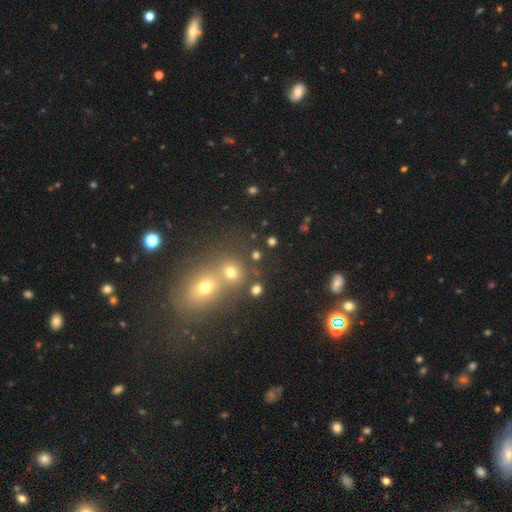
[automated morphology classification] The model was most divided on "merging": merger: 45%, none: 44%, minor disturbance: 7%, major disturbance: 4%. More confident: how rounded — round (70%); smooth or featured — smooth (53%).